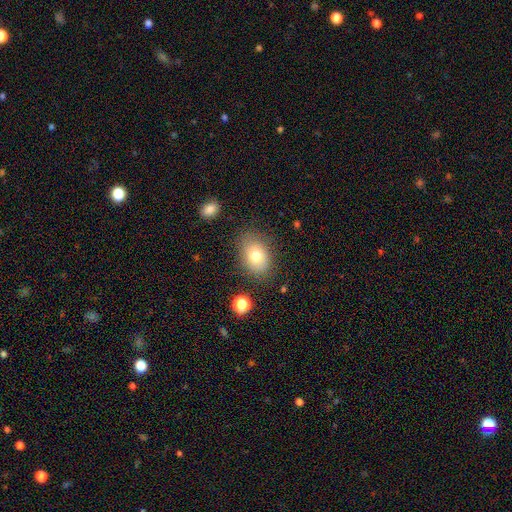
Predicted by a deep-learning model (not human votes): Smooth or featured? Predicted: smooth (p=0.76). How rounded? Predicted: in between (p=0.74). Merging? Predicted: none (p=0.77).